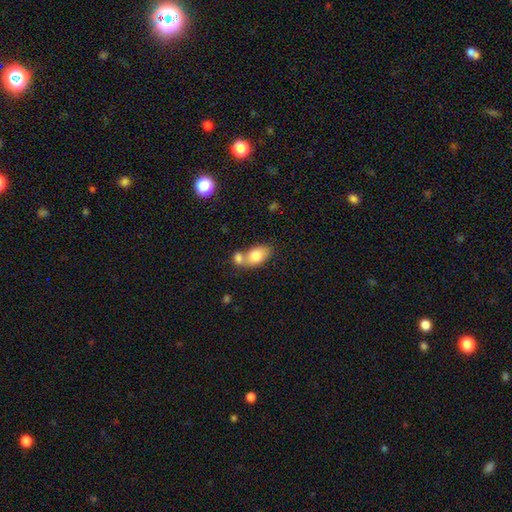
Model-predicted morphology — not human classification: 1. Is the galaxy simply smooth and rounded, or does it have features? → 79% smooth, 14% featured or disk, 7% star or artifact.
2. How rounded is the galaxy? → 87% in between, 10% round, 2% cigar-shaped.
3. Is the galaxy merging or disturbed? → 52% merger, 34% none, 11% minor disturbance, 4% major disturbance.